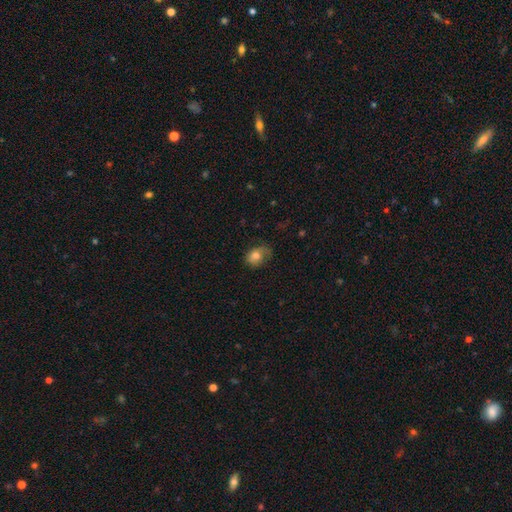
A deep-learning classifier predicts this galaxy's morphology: Smooth or featured?
  - smooth: 75% *
  - featured or disk: 15%
  - star or artifact: 10%
How rounded?
  - in between: 53% *
  - round: 46%
  - cigar-shaped: 1%
Merging?
  - none: 56% *
  - minor disturbance: 30%
  - major disturbance: 12%
  - merger: 1%